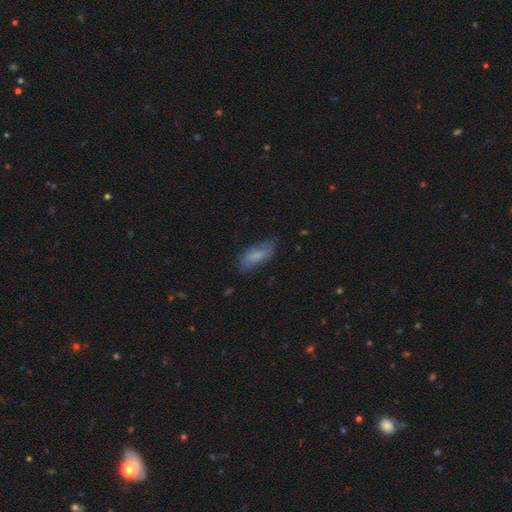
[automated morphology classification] type=smooth (72%); roundness=in between (69%); merging=none (66%).